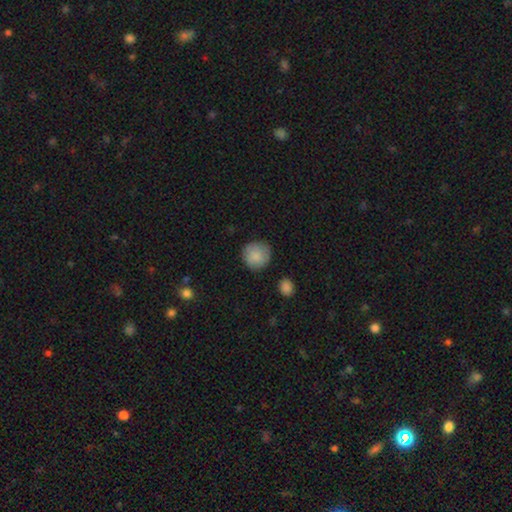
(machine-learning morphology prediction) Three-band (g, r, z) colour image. It shows a smooth galaxy with no disk features (84%) that is round (93%). Merging: none (81%).